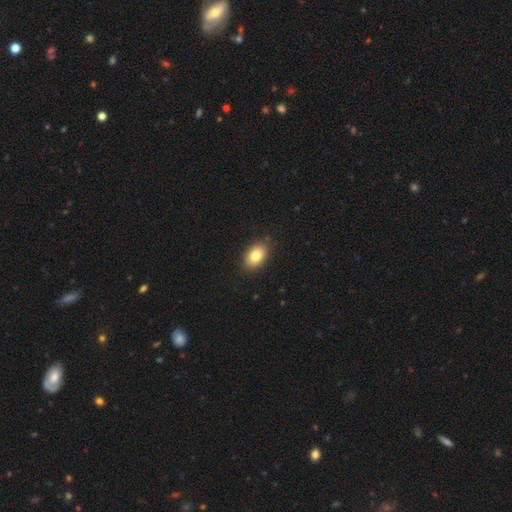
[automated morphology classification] This appears to be a smooth galaxy with no disk features (82%) that is in between round and cigar-shaped (82%). Merging: none (87%).